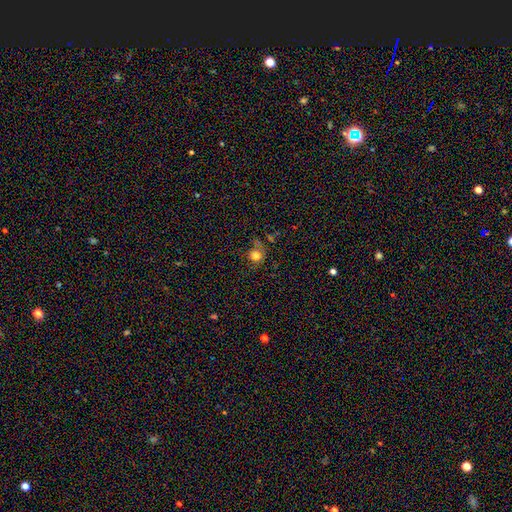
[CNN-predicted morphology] Overall: smooth (77%). How rounded: round (85%). Merging: none (64%).